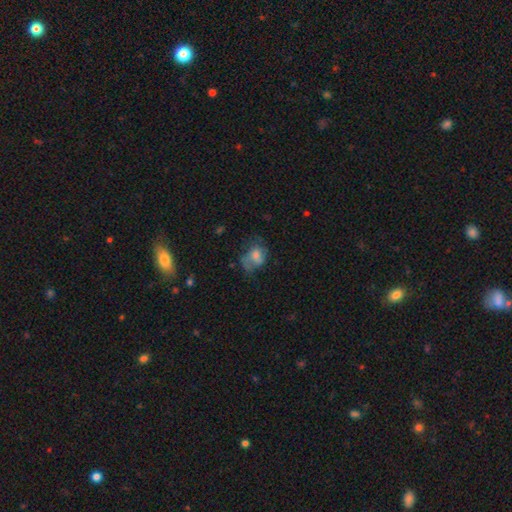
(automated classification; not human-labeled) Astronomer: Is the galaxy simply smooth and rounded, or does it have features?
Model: smooth — 53% (runner-up: featured or disk, 35%).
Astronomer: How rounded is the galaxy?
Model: in between — 58% (runner-up: round, 40%).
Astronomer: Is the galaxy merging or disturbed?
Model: none — 41% (runner-up: major disturbance, 29%).